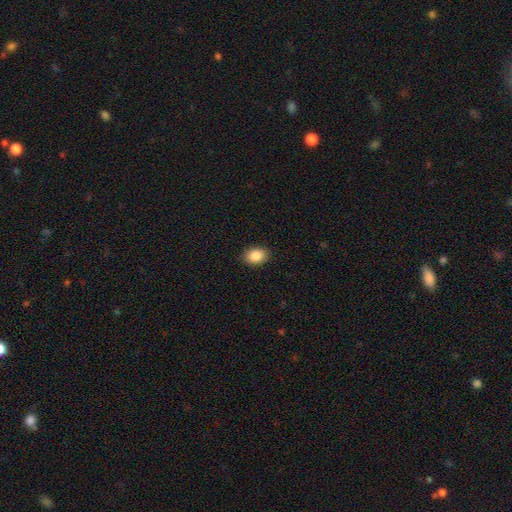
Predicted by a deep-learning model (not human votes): Smooth or featured? Predicted: smooth (p=0.88). How rounded? Predicted: in between (p=0.81). Merging? Predicted: none (p=0.88).